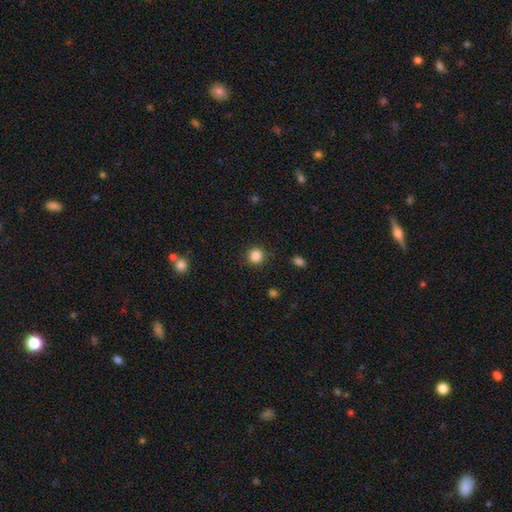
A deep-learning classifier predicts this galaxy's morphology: Overall: smooth (85%). How rounded: round (93%). Merging: none (90%).